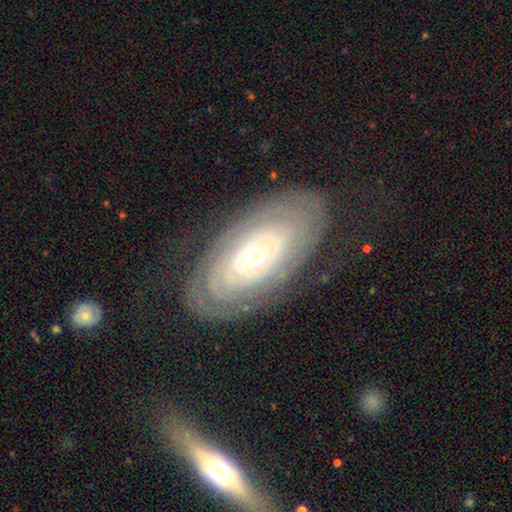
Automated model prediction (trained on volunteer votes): The model was most divided on "bulge size": small: 52%, moderate: 43%, large: 3%, dominant: 1%, none: 1%. More confident: edge-on disk — no (92%); bar — no (87%); merging — none (76%); smooth or featured — featured or disk (76%); spiral arms — yes (66%).